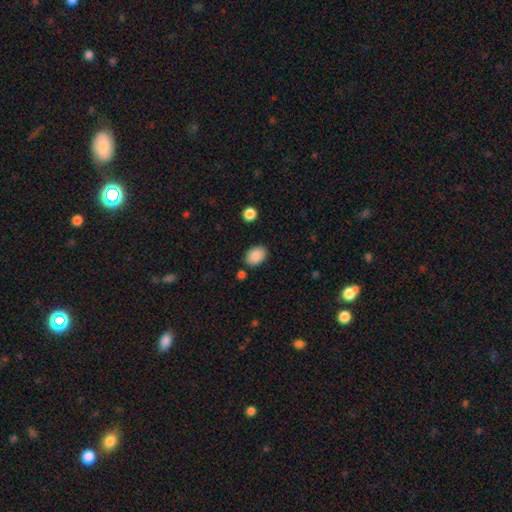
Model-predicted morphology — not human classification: smooth-or-featured: smooth: 89% | star or artifact: 7% | featured or disk: 4%
  how-rounded: in between: 76% | round: 23% | cigar-shaped: 1%
  merging: none: 84% | minor disturbance: 10% | merger: 3% | major disturbance: 3%